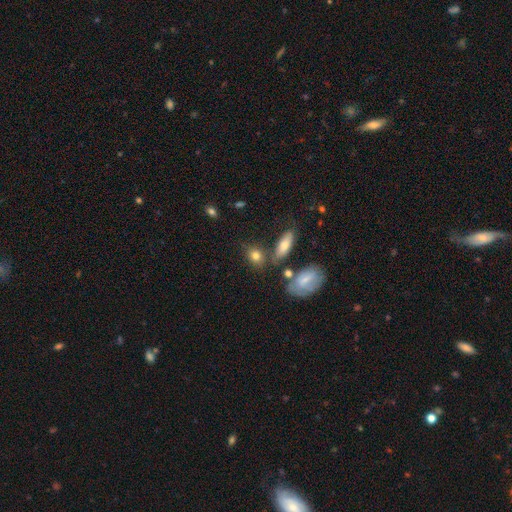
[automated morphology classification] A smooth galaxy with no disk features (79%) that is in between round and cigar-shaped (61%). Merging: none (65%).